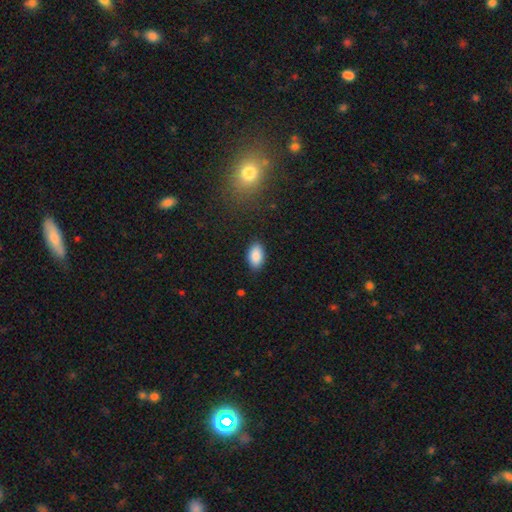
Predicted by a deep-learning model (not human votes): Smooth or featured?
  - smooth: 88% *
  - star or artifact: 7%
  - featured or disk: 5%
How rounded?
  - in between: 93% *
  - round: 5%
  - cigar-shaped: 2%
Merging?
  - none: 86% *
  - minor disturbance: 11%
  - major disturbance: 2%
  - merger: 1%